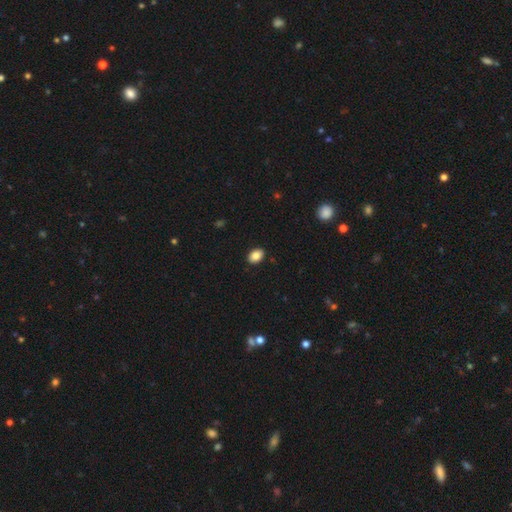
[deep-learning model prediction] Smooth or featured?
  - smooth: 86% *
  - star or artifact: 8%
  - featured or disk: 5%
How rounded?
  - in between: 81% *
  - round: 18%
  - cigar-shaped: 1%
Merging?
  - none: 89% *
  - minor disturbance: 8%
  - major disturbance: 2%
  - merger: 1%